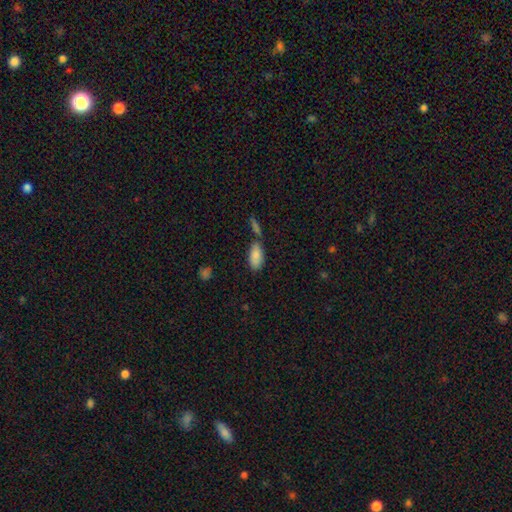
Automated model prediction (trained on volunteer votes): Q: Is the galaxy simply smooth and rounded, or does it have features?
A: smooth — 85%.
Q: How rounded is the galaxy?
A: in between — 90%.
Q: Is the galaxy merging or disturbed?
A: none — 58%.